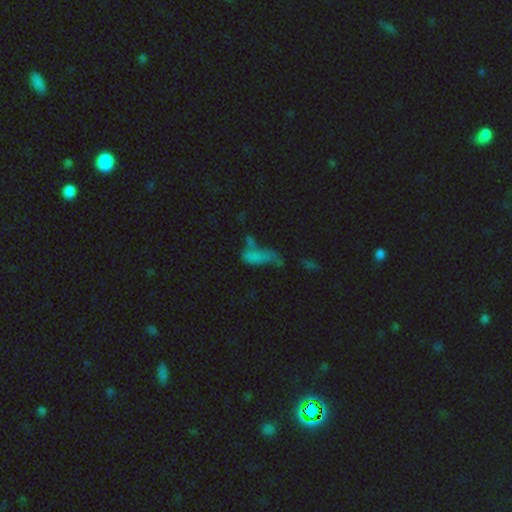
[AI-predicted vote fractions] Q: Smooth or featured?
A: smooth (60%); runner-up: featured or disk (21%)
Q: How rounded?
A: in between (67%); runner-up: cigar-shaped (26%)
Q: Merging?
A: merger (33%); runner-up: major disturbance (26%)